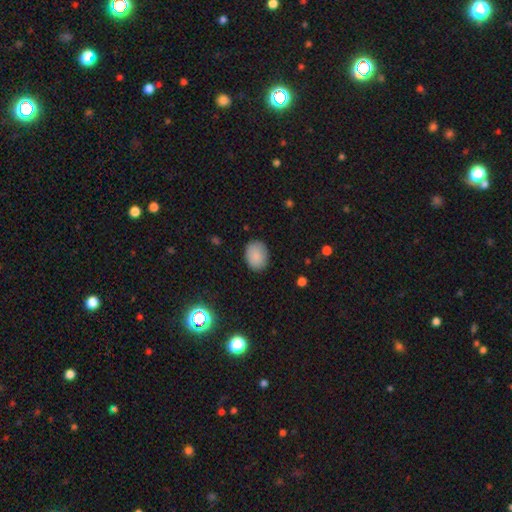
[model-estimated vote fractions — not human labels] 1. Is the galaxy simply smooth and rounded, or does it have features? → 87% smooth, 8% star or artifact, 5% featured or disk.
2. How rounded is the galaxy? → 67% in between, 33% round, 1% cigar-shaped.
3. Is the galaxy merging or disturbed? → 84% none, 12% minor disturbance, 3% major disturbance, 1% merger.